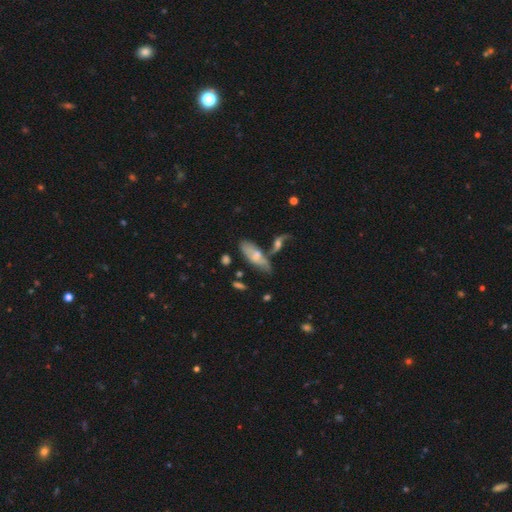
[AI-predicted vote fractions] A smooth galaxy with no disk features (53%) that is in between round and cigar-shaped (75%). Merging: none (39%).